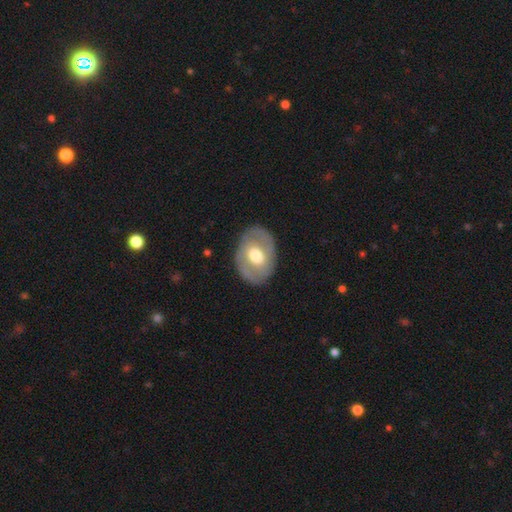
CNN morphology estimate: Q: Smooth or featured?
A: featured or disk (51%); runner-up: smooth (43%)
Q: Edge-on disk?
A: no (94%); runner-up: yes (6%)
Q: Merging?
A: none (83%); runner-up: minor disturbance (12%)